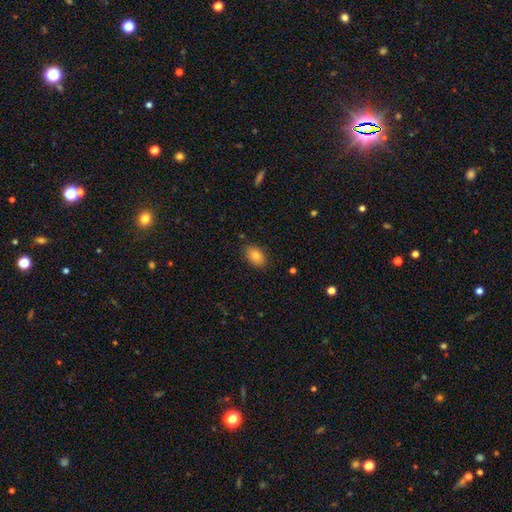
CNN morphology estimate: Smooth or featured?
  - smooth: 83% *
  - star or artifact: 8%
  - featured or disk: 8%
How rounded?
  - in between: 84% *
  - round: 15%
  - cigar-shaped: 1%
Merging?
  - none: 85% *
  - minor disturbance: 11%
  - major disturbance: 2%
  - merger: 1%